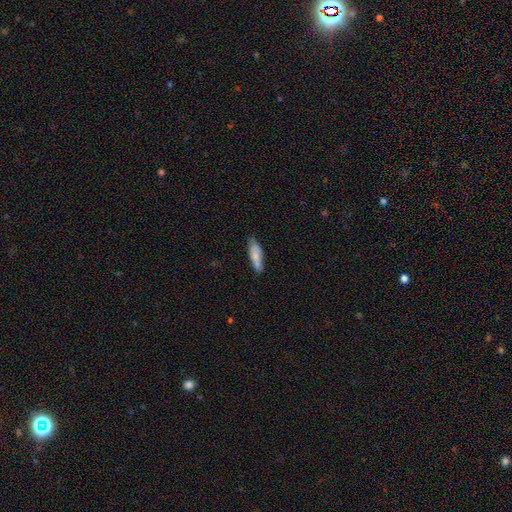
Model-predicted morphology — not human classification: Smooth or featured: smooth — 75% (featured or disk — 19%)
How rounded: cigar-shaped — 56% (in between — 42%)
Merging: none — 71% (minor disturbance — 22%)